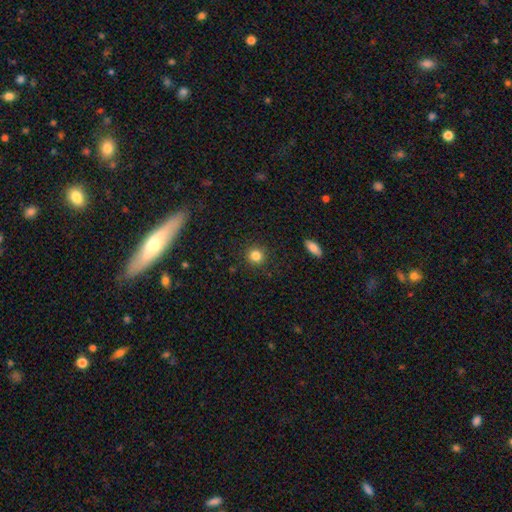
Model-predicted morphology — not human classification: smooth-or-featured: smooth: 84% | star or artifact: 11% | featured or disk: 5%
  how-rounded: round: 91% | in between: 8% | cigar-shaped: 1%
  merging: none: 90% | minor disturbance: 6% | major disturbance: 2% | merger: 1%